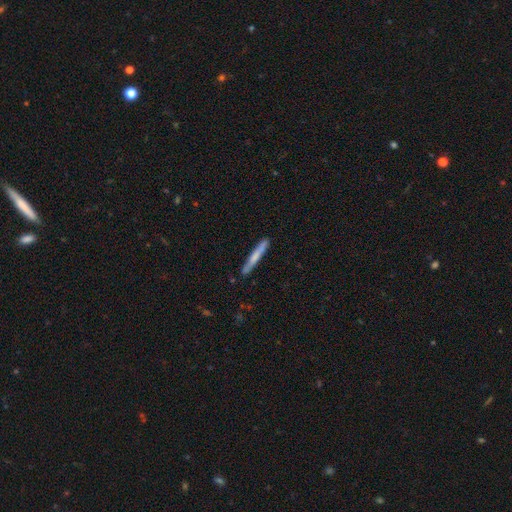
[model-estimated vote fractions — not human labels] Q: Smooth or featured?
A: smooth (61%); runner-up: featured or disk (33%)
Q: How rounded?
A: cigar-shaped (96%); runner-up: in between (3%)
Q: Merging?
A: none (88%); runner-up: minor disturbance (9%)